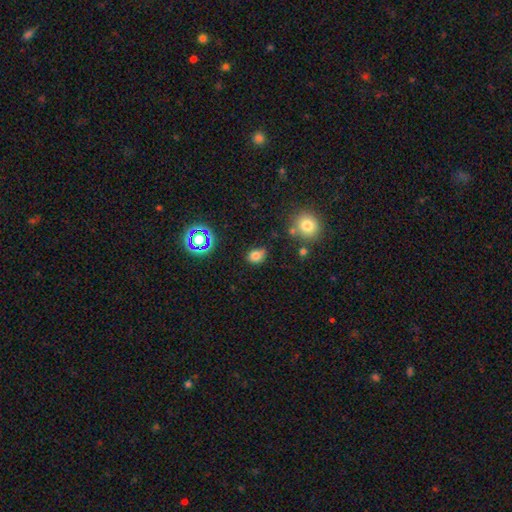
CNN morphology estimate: This appears to be a smooth galaxy with no disk features (76%) that is in between round and cigar-shaped (54%). Merging: none (66%).